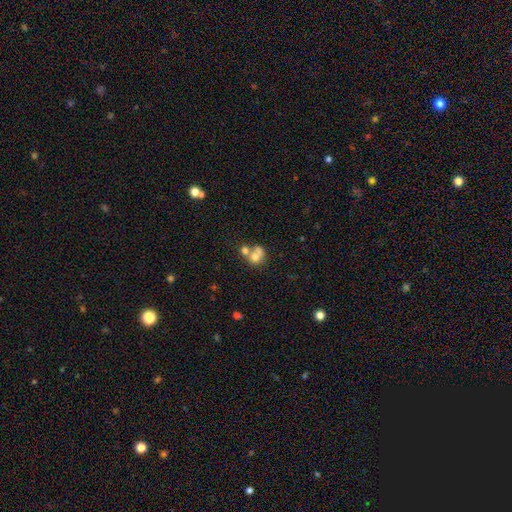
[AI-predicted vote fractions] Smooth or featured?
  - smooth: 65% *
  - featured or disk: 23%
  - star or artifact: 12%
How rounded?
  - round: 70% *
  - in between: 29%
  - cigar-shaped: 1%
Merging?
  - merger: 61% *
  - none: 26%
  - minor disturbance: 7%
  - major disturbance: 5%